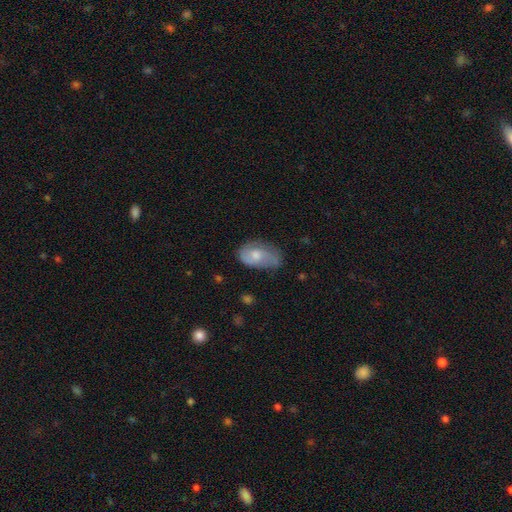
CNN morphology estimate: This appears to be a smooth galaxy with no disk features (52%) that is in between round and cigar-shaped (89%). Merging: none (49%).